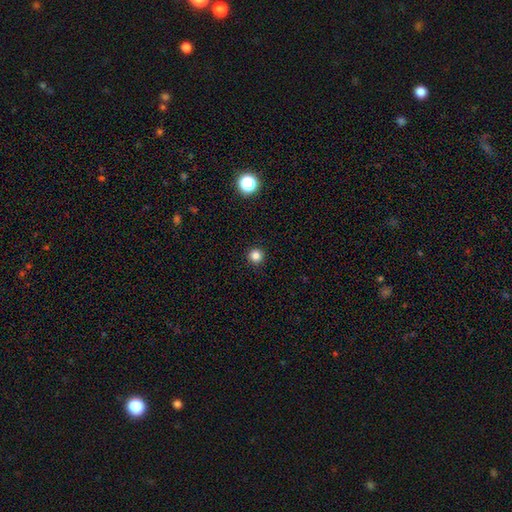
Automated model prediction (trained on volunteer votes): smooth_or_featured: smooth (p=0.83) [alt: star or artifact p=0.13]
how_rounded: round (p=0.96) [alt: in between p=0.03]
merging: none (p=0.93) [alt: minor disturbance p=0.04]